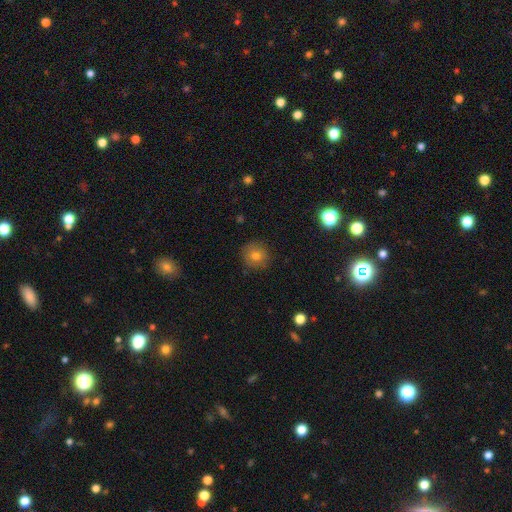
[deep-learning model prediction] The model was most divided on "smooth or featured": smooth: 76%, star or artifact: 12%, featured or disk: 11%. More confident: how rounded — round (91%); merging — none (88%).